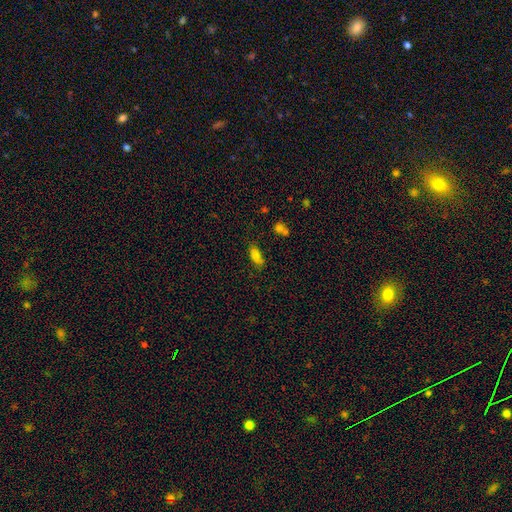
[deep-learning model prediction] Overall: smooth (80%). How rounded: in between (81%). Merging: none (70%).